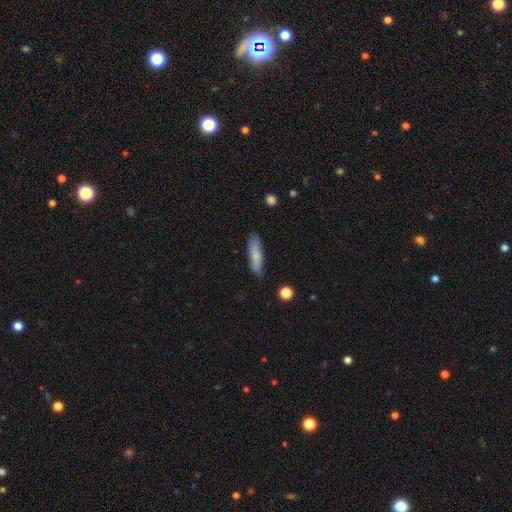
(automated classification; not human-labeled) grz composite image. It shows a smooth galaxy with no disk features (73%) that is cigar-shaped (68%). Merging: none (76%).